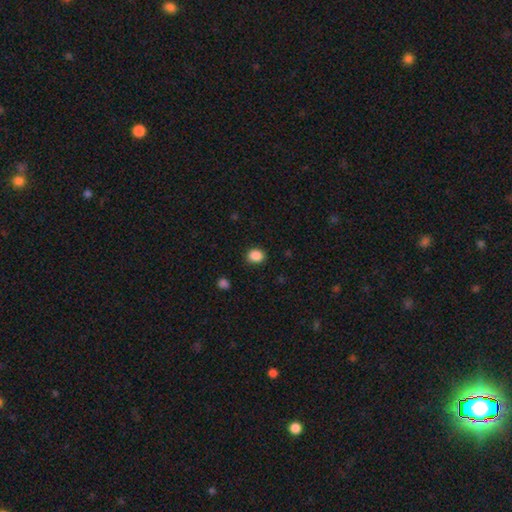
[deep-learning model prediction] Smooth or featured? smooth (87%)
How rounded? round (61%)
Merging? none (85%)